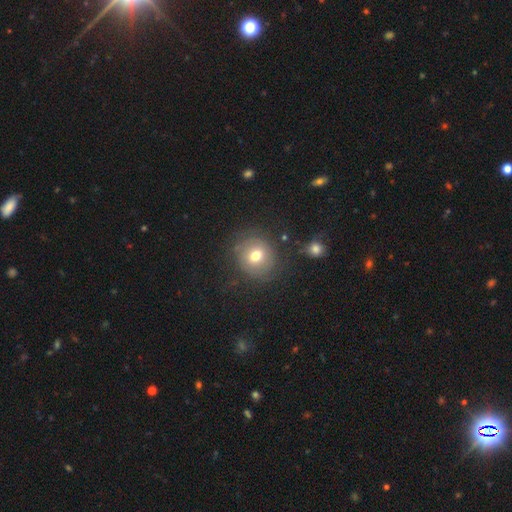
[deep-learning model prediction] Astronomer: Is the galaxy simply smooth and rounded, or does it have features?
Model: smooth — 67%.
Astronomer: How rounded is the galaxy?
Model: round — 84%.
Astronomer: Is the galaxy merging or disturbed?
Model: none — 74%.